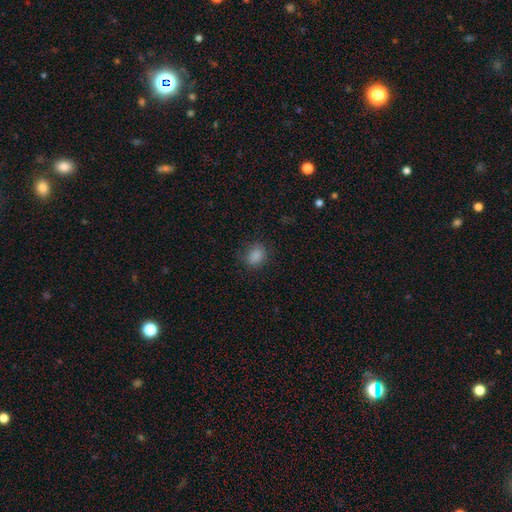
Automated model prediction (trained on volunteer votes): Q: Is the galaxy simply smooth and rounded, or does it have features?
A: smooth — 85%.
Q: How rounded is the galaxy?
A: in between — 56%.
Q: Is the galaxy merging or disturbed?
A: none — 77%.